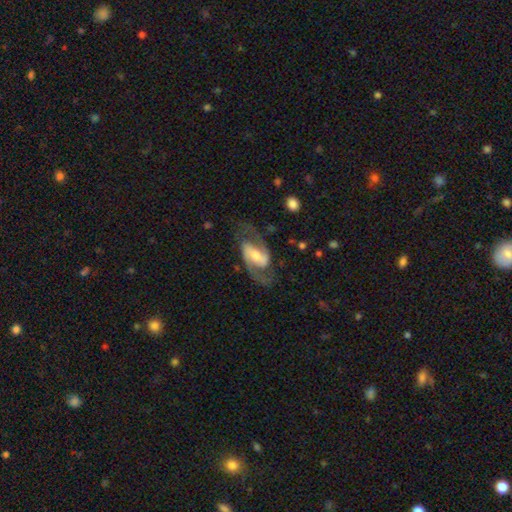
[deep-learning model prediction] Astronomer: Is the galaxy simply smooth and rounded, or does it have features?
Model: featured or disk — 87%.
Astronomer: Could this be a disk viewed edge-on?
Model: no — 96%.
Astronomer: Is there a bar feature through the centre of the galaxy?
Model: weak — 45% (runner-up: no, 28%).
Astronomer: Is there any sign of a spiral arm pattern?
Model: yes — 95%.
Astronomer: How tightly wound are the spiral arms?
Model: medium — 56%.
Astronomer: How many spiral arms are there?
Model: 2 — 92%.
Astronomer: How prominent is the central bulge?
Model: moderate — 56%.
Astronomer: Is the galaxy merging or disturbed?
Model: none — 69%.